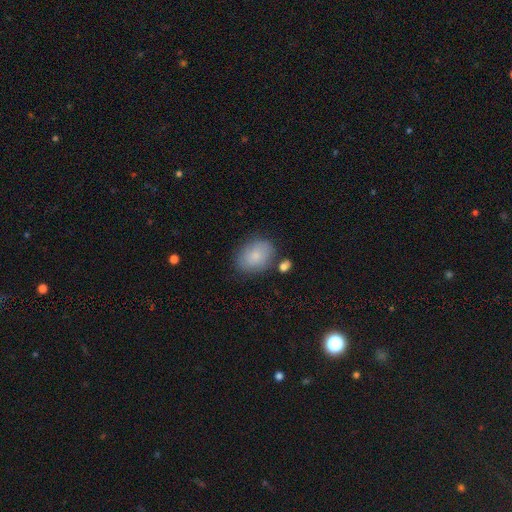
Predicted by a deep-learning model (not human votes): This appears to be a smooth galaxy with no disk features (77%) that is in between round and cigar-shaped (72%). Merging: none (74%).